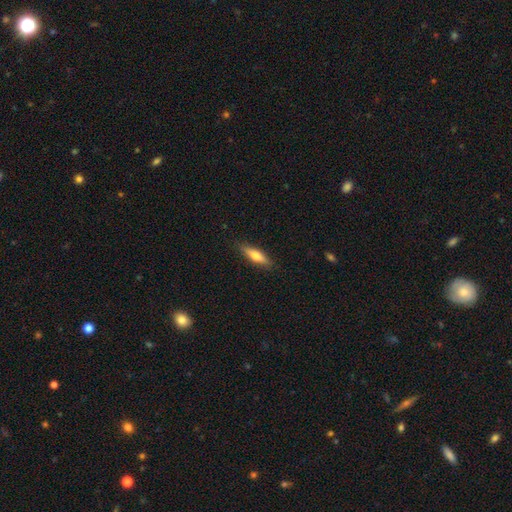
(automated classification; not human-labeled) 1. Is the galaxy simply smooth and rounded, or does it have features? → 63% smooth, 31% featured or disk, 6% star or artifact.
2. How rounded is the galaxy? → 65% cigar-shaped, 33% in between, 2% round.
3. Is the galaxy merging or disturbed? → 86% none, 11% minor disturbance, 2% major disturbance, 1% merger.